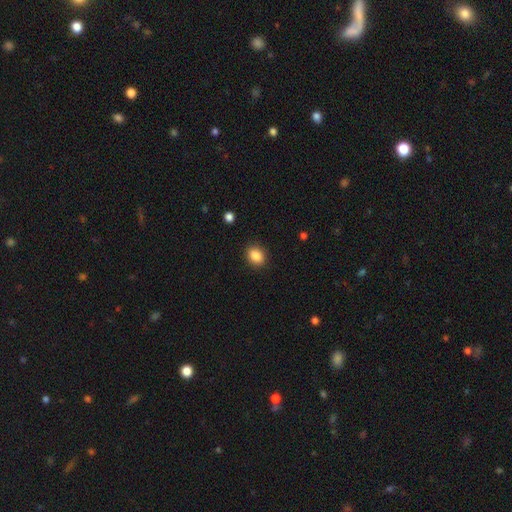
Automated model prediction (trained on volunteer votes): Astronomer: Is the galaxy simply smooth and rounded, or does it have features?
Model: smooth — 87%.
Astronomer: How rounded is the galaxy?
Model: in between — 53% (runner-up: round, 46%).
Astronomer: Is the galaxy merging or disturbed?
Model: none — 90%.